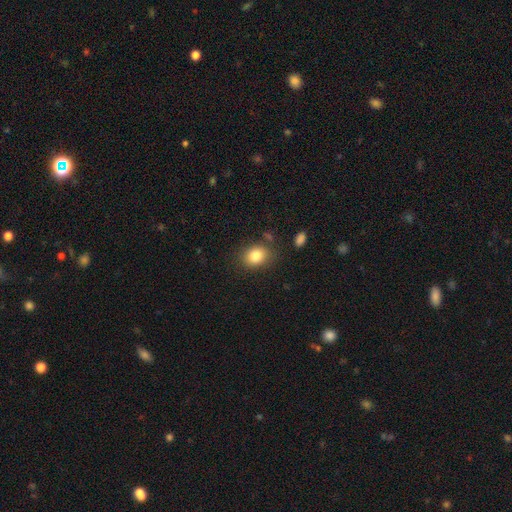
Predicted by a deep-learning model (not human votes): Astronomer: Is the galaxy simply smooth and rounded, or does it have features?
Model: smooth — 83%.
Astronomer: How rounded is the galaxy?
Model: in between — 52% (runner-up: round, 47%).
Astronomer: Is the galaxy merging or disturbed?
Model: none — 80%.